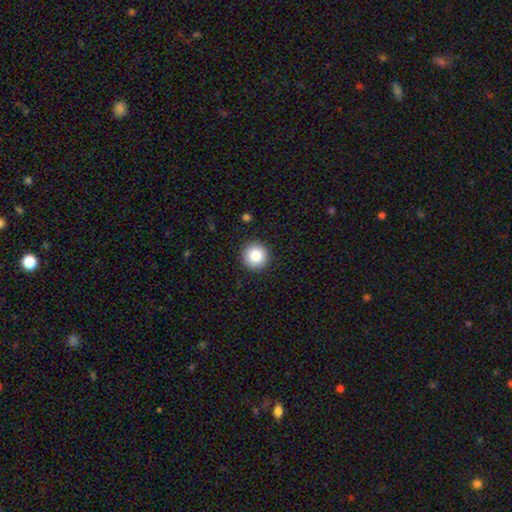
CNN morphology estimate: Overall: smooth (83%). How rounded: round (95%). Merging: none (92%).